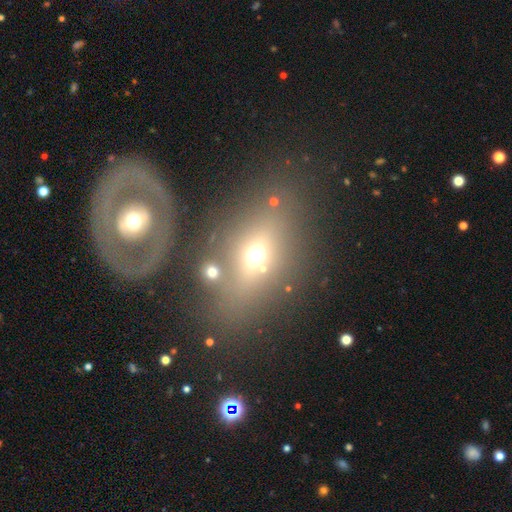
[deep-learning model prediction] This is possibly a smooth galaxy (55%). How rounded: possibly in between (59%). Merging: likely none (66%).